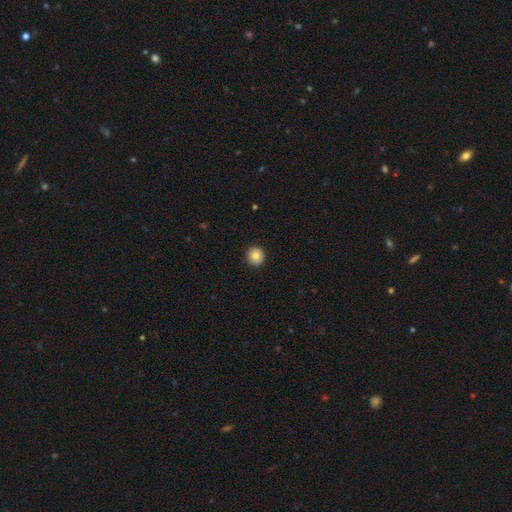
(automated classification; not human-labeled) smooth 81%, featured or disk 10%, star or artifact 9%. Down the decision tree: how rounded — round (91%); merging — none (92%).